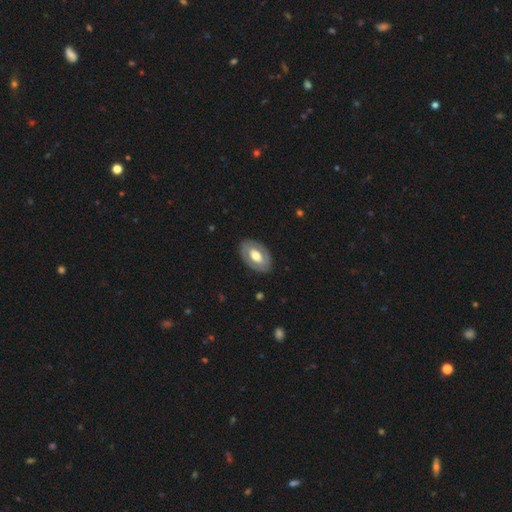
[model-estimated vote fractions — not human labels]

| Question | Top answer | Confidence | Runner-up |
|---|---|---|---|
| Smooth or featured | featured or disk | 58% | smooth (37%) |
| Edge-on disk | no | 91% | yes (9%) |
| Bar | no | 58% | weak (28%) |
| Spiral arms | no | 67% | yes (33%) |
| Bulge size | moderate | 59% | large (32%) |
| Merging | none | 82% | minor disturbance (12%) |